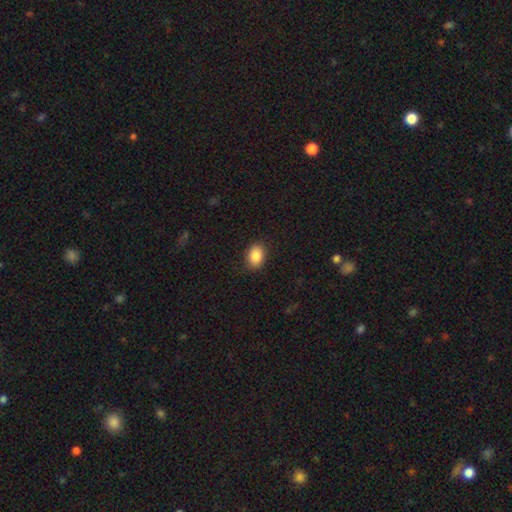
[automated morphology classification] Smooth or featured? smooth (88%)
How rounded? in between (79%)
Merging? none (88%)